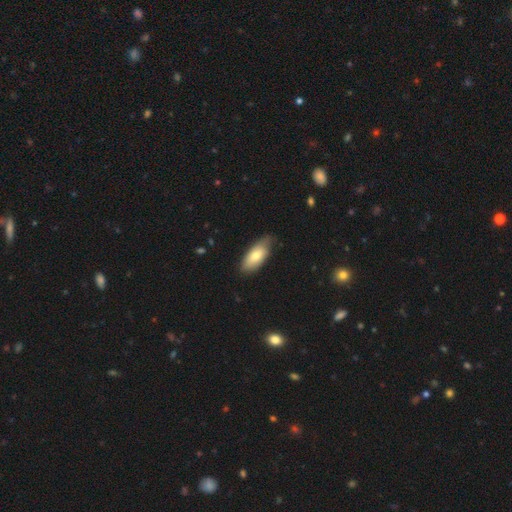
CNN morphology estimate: Overall: smooth (72%). How rounded: in between (83%). Merging: none (70%).